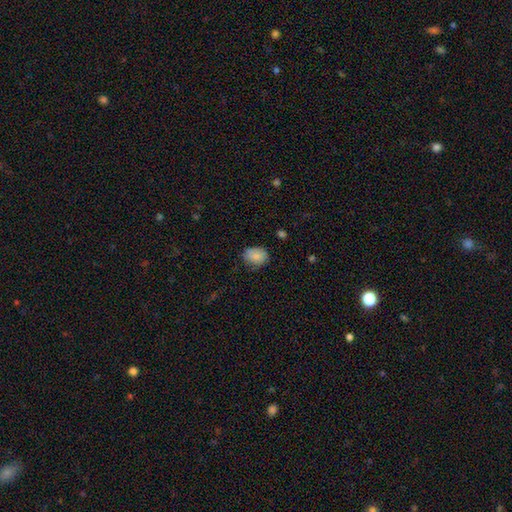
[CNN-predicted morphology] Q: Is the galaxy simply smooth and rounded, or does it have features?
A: smooth — 85%.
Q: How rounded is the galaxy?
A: in between — 60%.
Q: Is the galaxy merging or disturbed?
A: none — 71%.